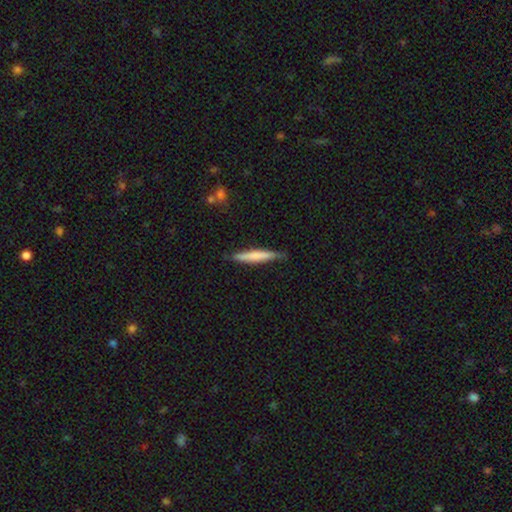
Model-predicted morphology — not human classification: Smooth or featured: smooth — 63% (featured or disk — 32%)
How rounded: cigar-shaped — 94% (in between — 5%)
Merging: none — 84% (minor disturbance — 13%)